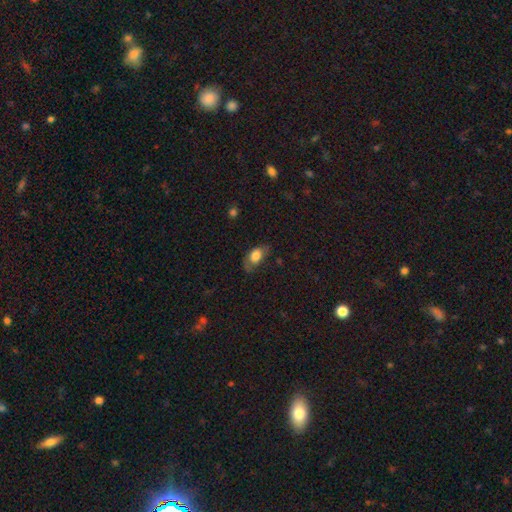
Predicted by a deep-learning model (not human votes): Smooth or featured?
  - smooth: 72% *
  - featured or disk: 20%
  - star or artifact: 8%
How rounded?
  - in between: 87% *
  - round: 9%
  - cigar-shaped: 3%
Merging?
  - none: 54% *
  - minor disturbance: 30%
  - major disturbance: 15%
  - merger: 2%